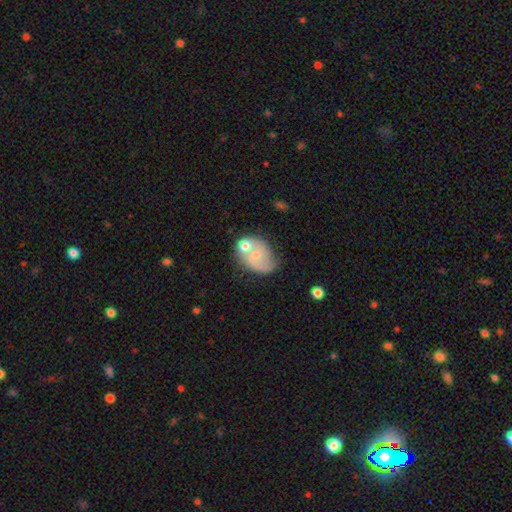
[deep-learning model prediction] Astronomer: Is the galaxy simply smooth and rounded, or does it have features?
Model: featured or disk — 54% (runner-up: smooth, 38%).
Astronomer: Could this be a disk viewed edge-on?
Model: no — 98%.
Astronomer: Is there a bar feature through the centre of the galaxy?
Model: no — 67%.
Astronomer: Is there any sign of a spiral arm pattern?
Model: yes — 71%.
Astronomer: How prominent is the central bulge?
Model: small — 52% (runner-up: moderate, 33%).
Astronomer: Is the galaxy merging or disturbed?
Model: merger — 35% (runner-up: none, 32%).